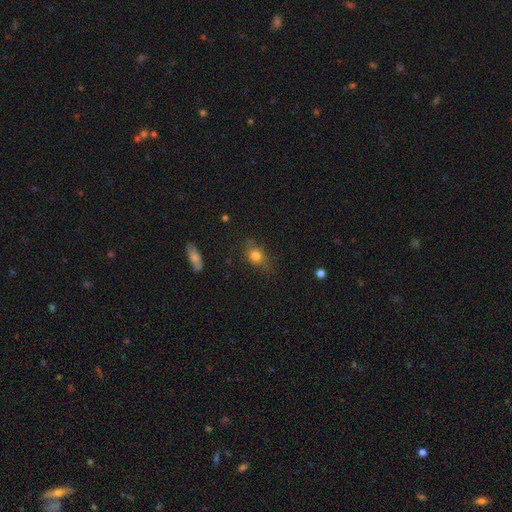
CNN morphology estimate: smooth-or-featured: smooth: 78% | featured or disk: 11% | star or artifact: 11%
  how-rounded: in between: 64% | round: 31% | cigar-shaped: 5%
  merging: none: 71% | minor disturbance: 21% | major disturbance: 6% | merger: 2%